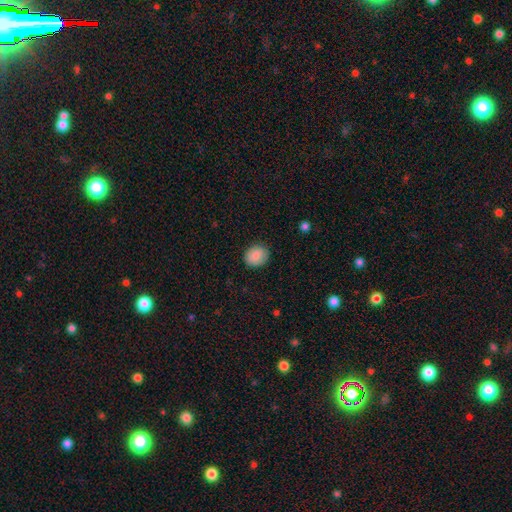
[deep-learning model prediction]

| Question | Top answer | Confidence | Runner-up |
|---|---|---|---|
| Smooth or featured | smooth | 87% | star or artifact (8%) |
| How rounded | round | 66% | in between (33%) |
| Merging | none | 85% | minor disturbance (11%) |